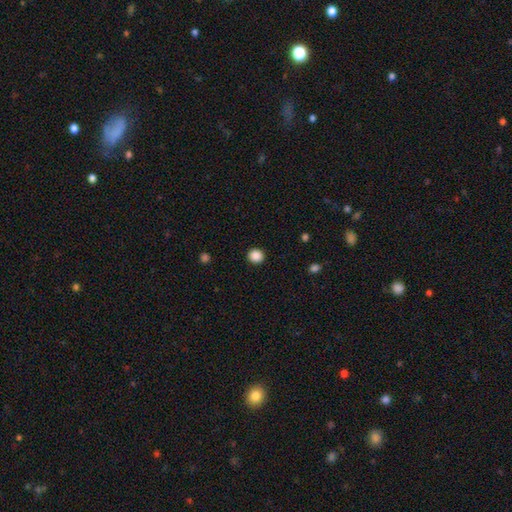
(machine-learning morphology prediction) Smooth or featured? Predicted: smooth (p=0.88). How rounded? Predicted: round (p=0.91). Merging? Predicted: none (p=0.92).